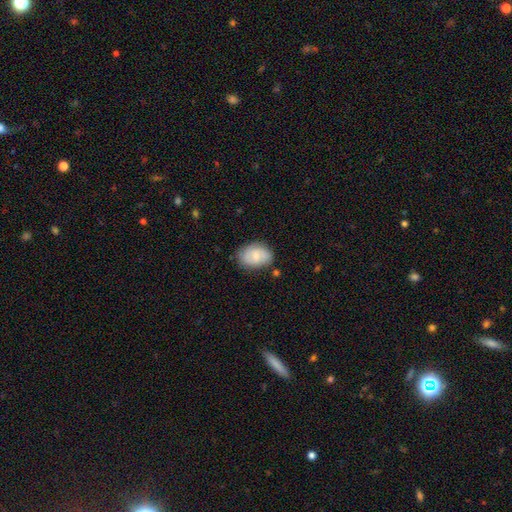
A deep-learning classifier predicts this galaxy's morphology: Smooth or featured: smooth — 63% (featured or disk — 31%)
How rounded: in between — 82% (round — 17%)
Merging: none — 73% (minor disturbance — 20%)